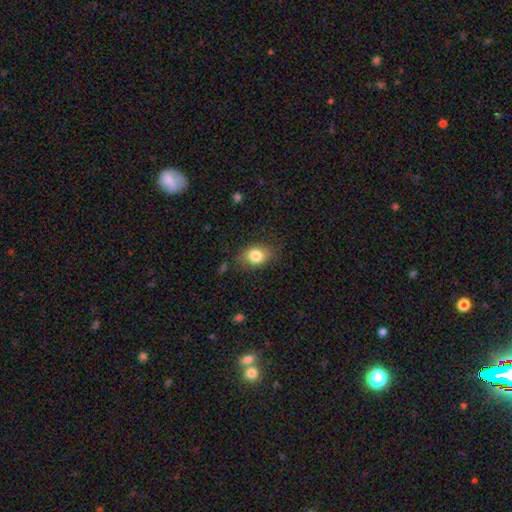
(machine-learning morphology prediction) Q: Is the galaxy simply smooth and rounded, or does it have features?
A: smooth — 82%.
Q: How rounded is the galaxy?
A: in between — 58%.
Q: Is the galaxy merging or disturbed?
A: none — 76%.